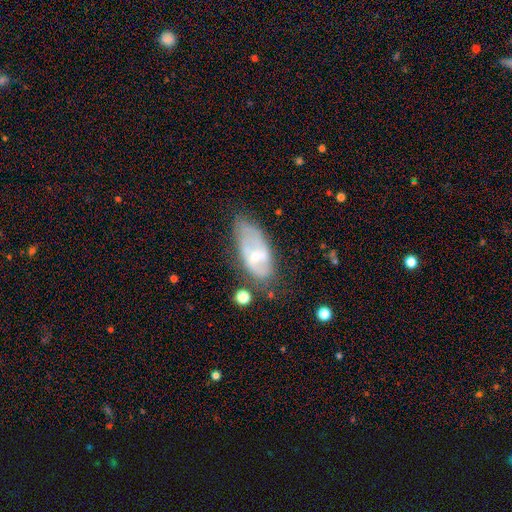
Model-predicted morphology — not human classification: smooth_or_featured: featured or disk (p=0.59) [alt: smooth p=0.33]
disk_edge_on: no (p=0.90) [alt: yes p=0.10]
bar: no (p=0.54) [alt: weak p=0.34]
has_spiral_arms: yes (p=0.53) [alt: no p=0.47]
bulge_size: small (p=0.65) [alt: moderate p=0.29]
merging: none (p=0.46) [alt: minor disturbance p=0.29]